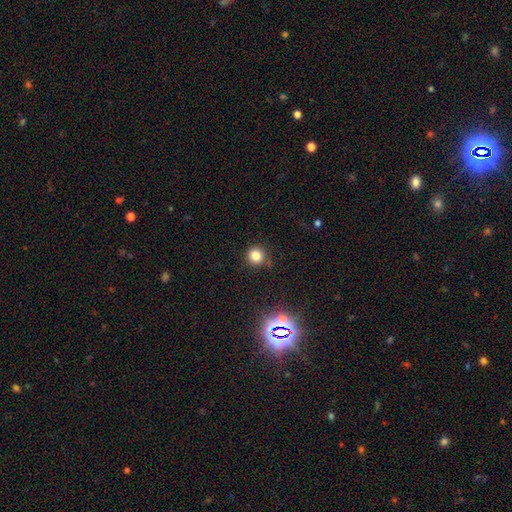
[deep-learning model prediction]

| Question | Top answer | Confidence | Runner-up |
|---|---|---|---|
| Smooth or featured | smooth | 78% | star or artifact (17%) |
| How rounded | round | 93% | in between (6%) |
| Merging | none | 85% | minor disturbance (10%) |